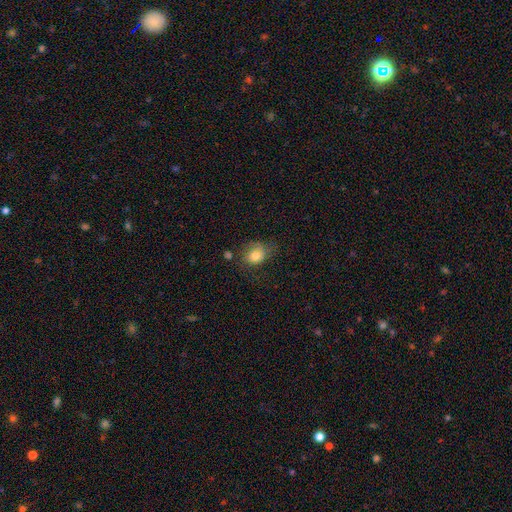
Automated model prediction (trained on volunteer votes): Q: Smooth or featured?
A: smooth (77%); runner-up: featured or disk (13%)
Q: How rounded?
A: round (52%); runner-up: in between (47%)
Q: Merging?
A: none (56%); runner-up: minor disturbance (28%)